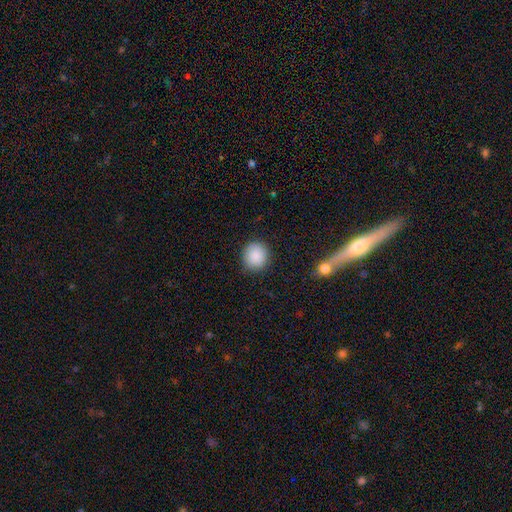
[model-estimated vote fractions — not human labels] A smooth galaxy with no disk features (88%) that is round (90%).

Vote fractions:
- Smooth or featured? smooth: 88% / star or artifact: 8% / featured or disk: 4%
- How rounded? round: 90% / in between: 9% / cigar-shaped: 1%
- Merging? none: 89% / minor disturbance: 8% / major disturbance: 2% / merger: 1%